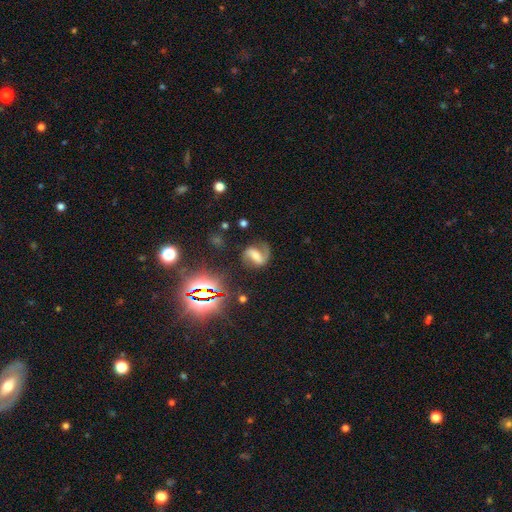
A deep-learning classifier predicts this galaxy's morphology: type=featured or disk (75%); edge-on=no (97%); bar=strong (52%); spiral arms=yes (93%); winding=medium (45%); arm count=2 (84%); bulge=moderate (36%); merging=none (71%).